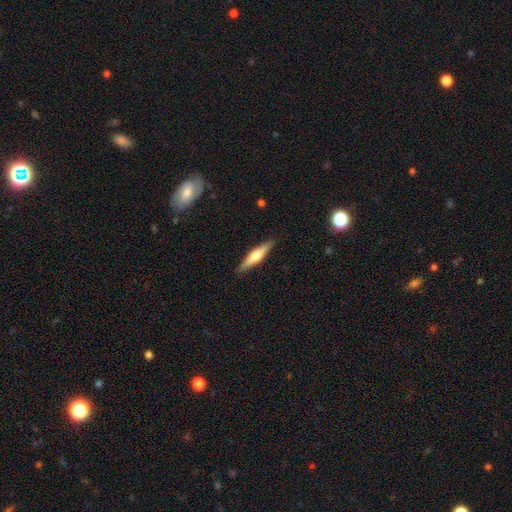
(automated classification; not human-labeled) smooth_or_featured: smooth (p=0.48) [alt: featured or disk p=0.47]
merging: none (p=0.89) [alt: minor disturbance p=0.08]